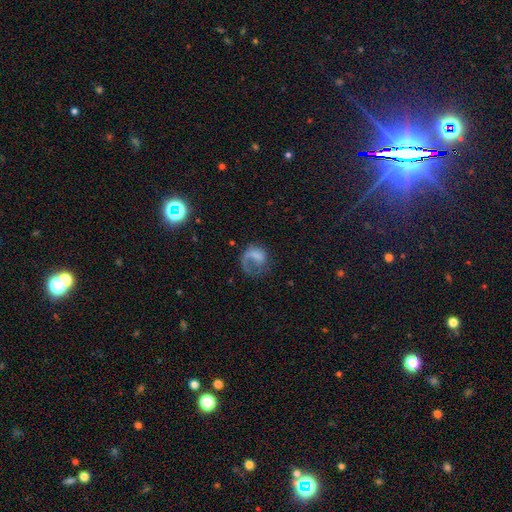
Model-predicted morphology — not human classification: Smooth or featured?
  - smooth: 46% *
  - featured or disk: 44%
  - star or artifact: 10%
Merging?
  - major disturbance: 48% *
  - none: 32%
  - minor disturbance: 17%
  - merger: 4%